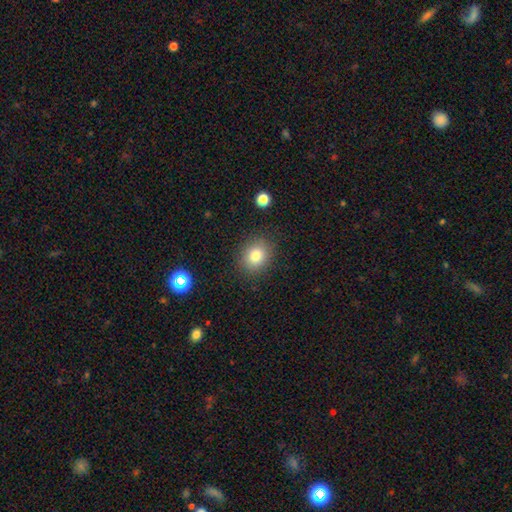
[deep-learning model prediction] Smooth or featured: smooth — 80% (star or artifact — 12%)
How rounded: round — 69% (in between — 30%)
Merging: none — 86% (minor disturbance — 9%)